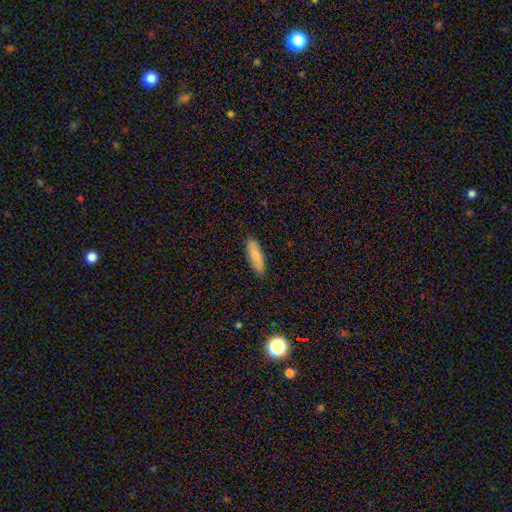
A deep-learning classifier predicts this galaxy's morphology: Smooth or featured?
  - smooth: 79% *
  - featured or disk: 15%
  - star or artifact: 6%
How rounded?
  - cigar-shaped: 53% *
  - in between: 45%
  - round: 2%
Merging?
  - none: 87% *
  - minor disturbance: 10%
  - major disturbance: 2%
  - merger: 1%